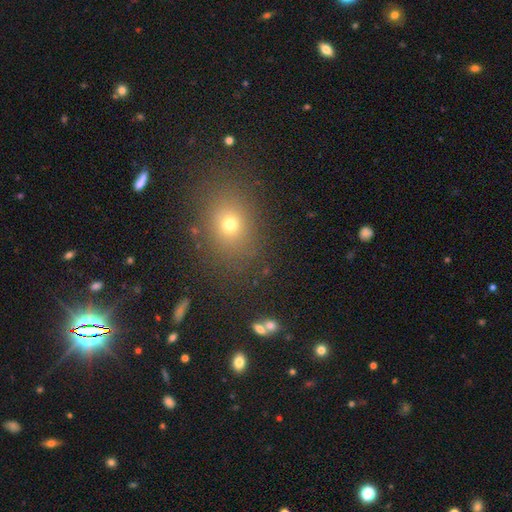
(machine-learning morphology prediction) Smooth or featured: smooth — 55% (star or artifact — 35%)
How rounded: in between — 56% (round — 42%)
Merging: none — 87% (minor disturbance — 8%)